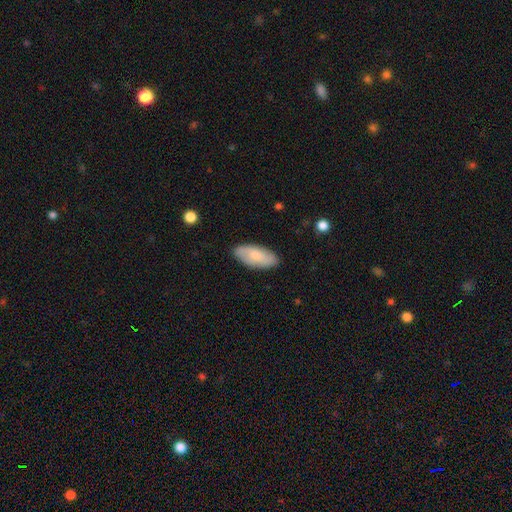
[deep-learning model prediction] The model was most divided on "smooth or featured": smooth: 74%, featured or disk: 20%, star or artifact: 6%. More confident: how rounded — in between (90%); merging — none (85%).